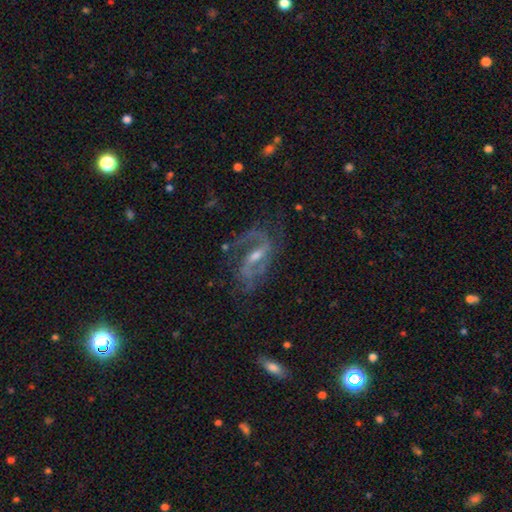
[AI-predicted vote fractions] featured or disk 78%, star or artifact 13%, smooth 9%. Down the decision tree: edge-on disk — no (94%); bar — weak (46%); spiral arms — yes (91%); spiral arm count — 2 (64%); spiral winding — medium (44%); bulge size — small (56%); merging — none (64%).